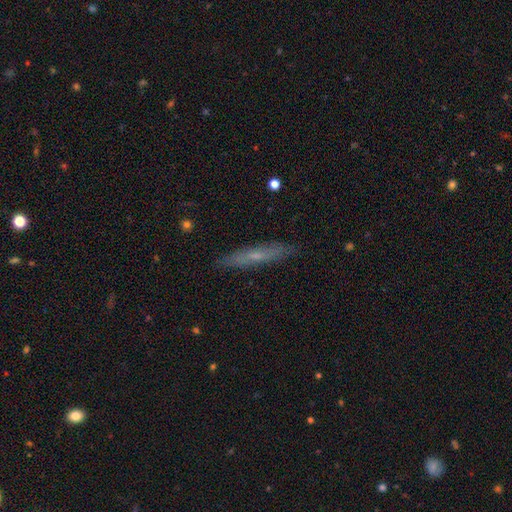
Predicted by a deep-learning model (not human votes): A featured or disk galaxy (48%). Merging: none (87%).